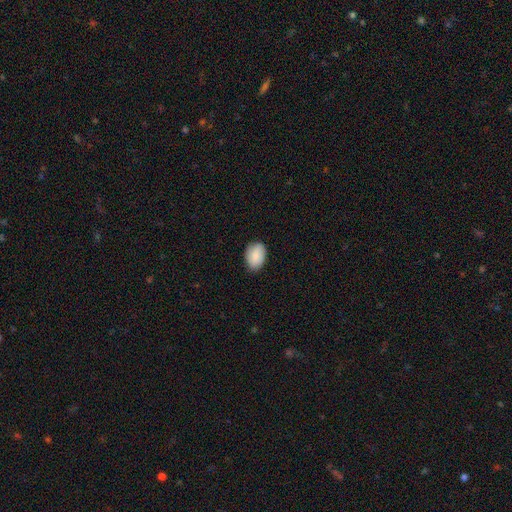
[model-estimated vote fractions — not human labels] Smooth or featured: smooth — 86% (featured or disk — 8%)
How rounded: in between — 81% (round — 17%)
Merging: none — 81% (minor disturbance — 16%)